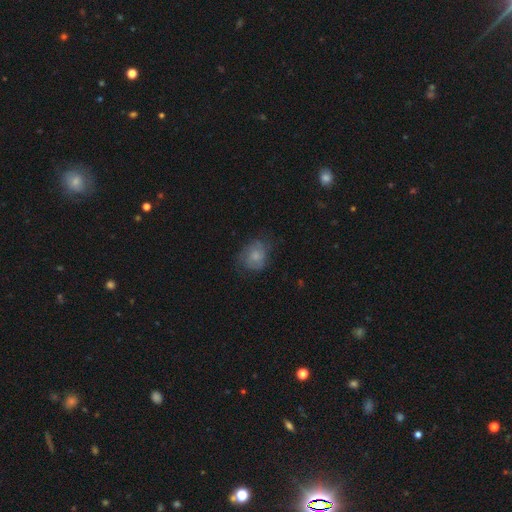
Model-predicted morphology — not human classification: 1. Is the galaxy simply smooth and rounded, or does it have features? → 64% smooth, 27% featured or disk, 9% star or artifact.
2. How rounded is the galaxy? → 60% round, 39% in between, 1% cigar-shaped.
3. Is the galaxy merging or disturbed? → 59% none, 27% minor disturbance, 13% major disturbance, 1% merger.